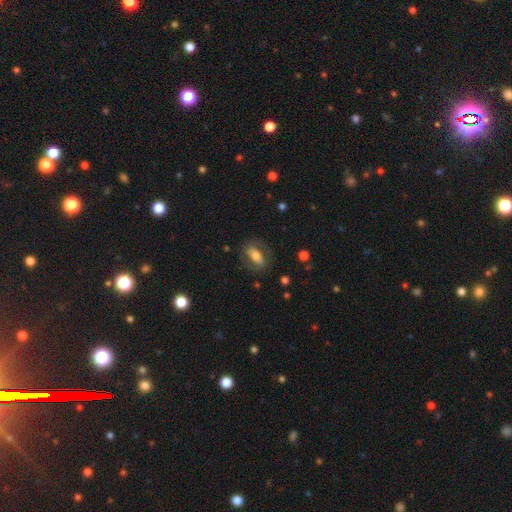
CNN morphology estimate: Smooth or featured? Predicted: smooth (p=0.48). Merging? Predicted: none (p=0.71).